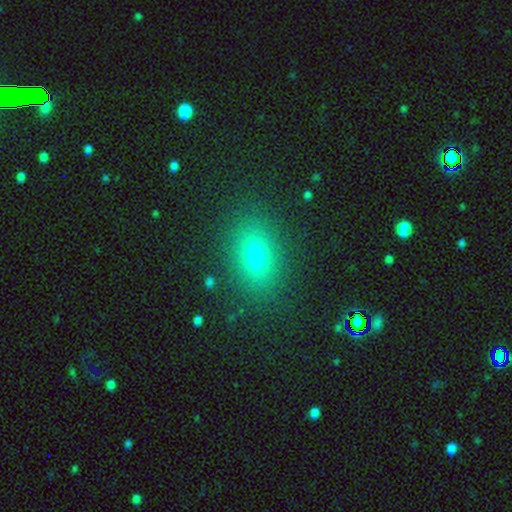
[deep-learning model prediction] smooth-or-featured: smooth: 72% | star or artifact: 16% | featured or disk: 12%
  how-rounded: in between: 72% | round: 25% | cigar-shaped: 2%
  merging: none: 86% | minor disturbance: 9% | major disturbance: 4% | merger: 1%